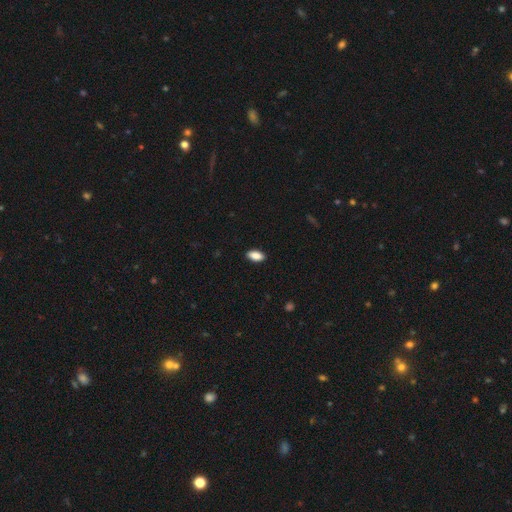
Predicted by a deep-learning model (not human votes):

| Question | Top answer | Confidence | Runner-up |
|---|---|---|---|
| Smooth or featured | smooth | 89% | star or artifact (7%) |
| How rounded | in between | 91% | cigar-shaped (6%) |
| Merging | none | 89% | minor disturbance (8%) |